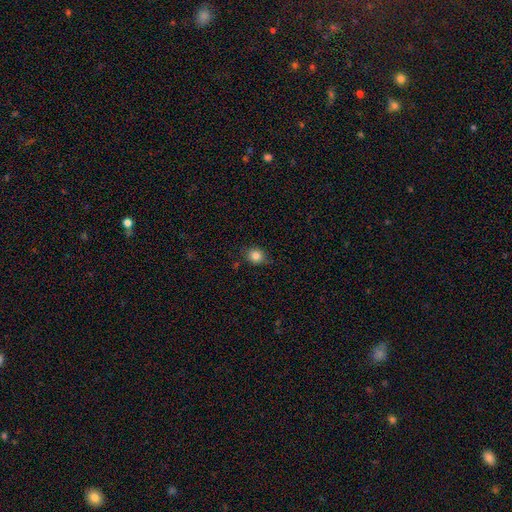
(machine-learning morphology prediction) Smooth or featured? Predicted: smooth (p=0.84). How rounded? Predicted: round (p=0.68). Merging? Predicted: none (p=0.79).